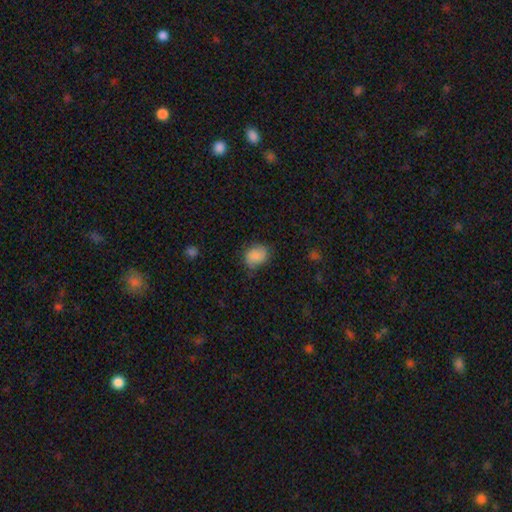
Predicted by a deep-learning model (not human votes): A smooth galaxy with no disk features (83%) that is round (53%).

Vote fractions:
- Smooth or featured? smooth: 83% / featured or disk: 9% / star or artifact: 8%
- How rounded? round: 53% / in between: 47% / cigar-shaped: 1%
- Merging? none: 69% / minor disturbance: 24% / major disturbance: 6% / merger: 1%